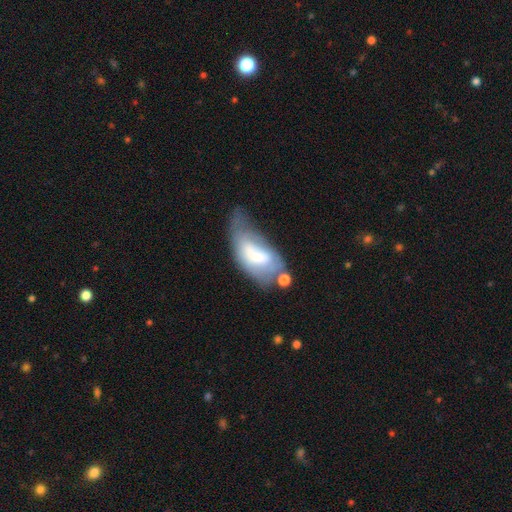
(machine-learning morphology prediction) The model was most divided on "merging": major disturbance: 35%, minor disturbance: 30%, none: 20%, merger: 15%. More confident: how rounded — in between (90%); smooth or featured — smooth (54%).